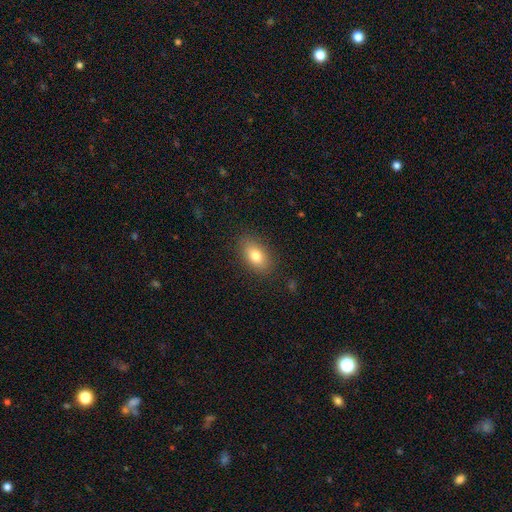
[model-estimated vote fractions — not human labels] Smooth or featured? Predicted: smooth (p=0.78). How rounded? Predicted: in between (p=0.87). Merging? Predicted: none (p=0.86).